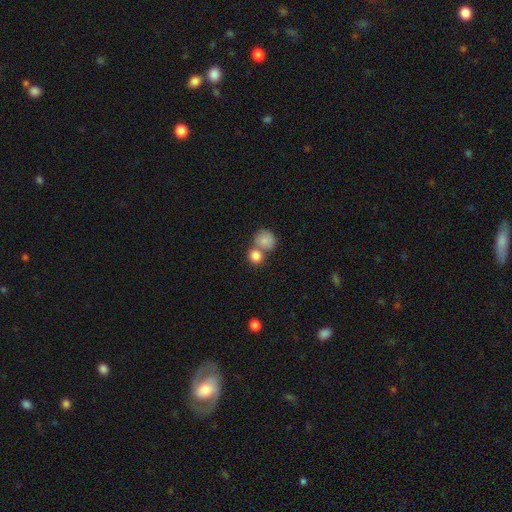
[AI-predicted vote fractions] smooth-or-featured: smooth: 83% | star or artifact: 9% | featured or disk: 8%
  how-rounded: round: 80% | in between: 19% | cigar-shaped: 1%
  merging: merger: 47% | none: 43% | minor disturbance: 7% | major disturbance: 3%